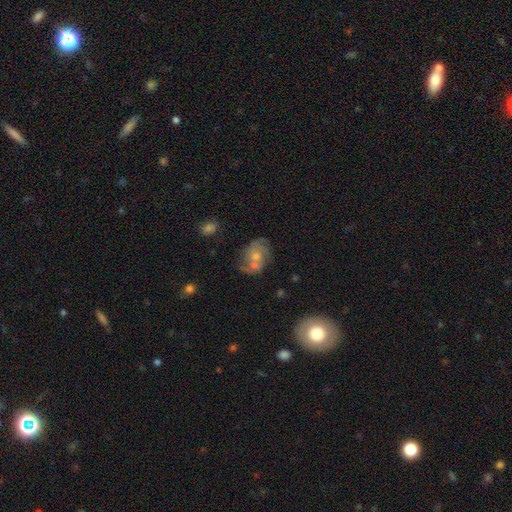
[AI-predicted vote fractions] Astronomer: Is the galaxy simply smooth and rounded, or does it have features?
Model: featured or disk — 62%.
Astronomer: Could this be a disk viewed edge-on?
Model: no — 97%.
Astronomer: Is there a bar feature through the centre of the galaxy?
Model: no — 72%.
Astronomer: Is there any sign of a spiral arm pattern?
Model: yes — 82%.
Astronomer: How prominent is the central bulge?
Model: moderate — 46% (runner-up: small, 44%).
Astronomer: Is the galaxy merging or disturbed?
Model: none — 52%.